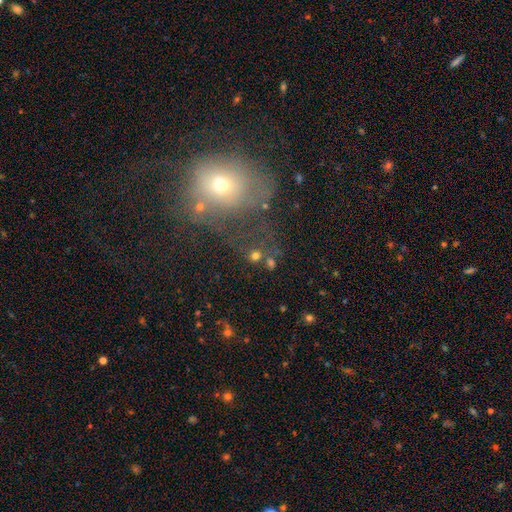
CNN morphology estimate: The model was most divided on "smooth or featured": smooth: 60%, star or artifact: 26%, featured or disk: 14%. More confident: how rounded — round (81%); merging — none (63%).